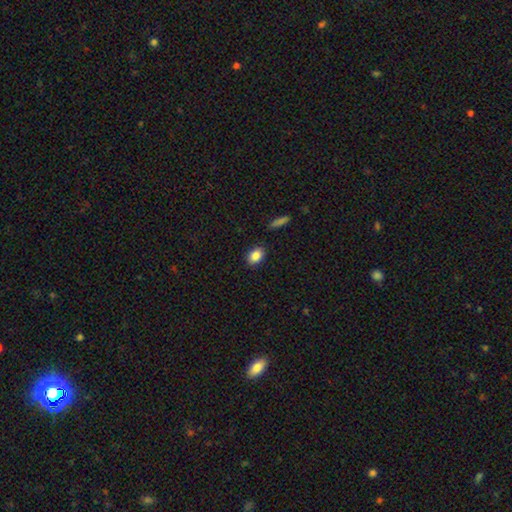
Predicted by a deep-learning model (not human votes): Q: Smooth or featured?
A: smooth (86%); runner-up: star or artifact (8%)
Q: How rounded?
A: in between (77%); runner-up: round (22%)
Q: Merging?
A: none (86%); runner-up: minor disturbance (10%)